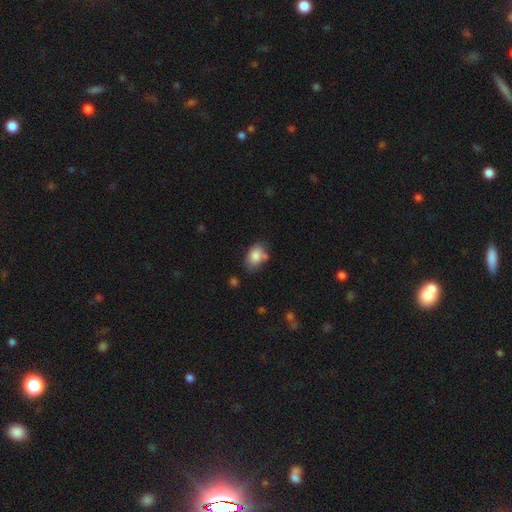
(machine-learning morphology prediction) smooth-or-featured: smooth: 83% | featured or disk: 9% | star or artifact: 8%
  how-rounded: in between: 81% | round: 18% | cigar-shaped: 1%
  merging: none: 59% | minor disturbance: 24% | merger: 11% | major disturbance: 6%